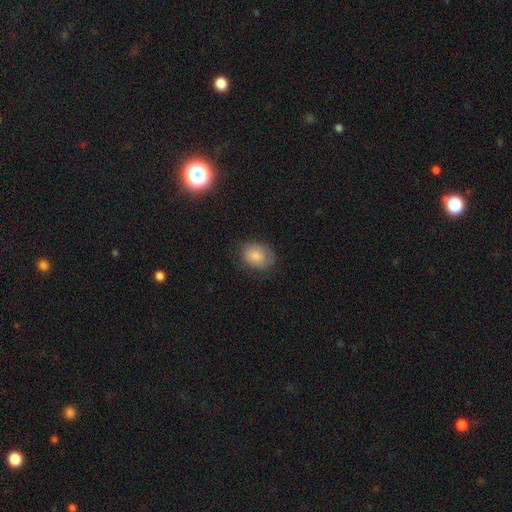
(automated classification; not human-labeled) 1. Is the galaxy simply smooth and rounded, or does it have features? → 82% smooth, 10% featured or disk, 7% star or artifact.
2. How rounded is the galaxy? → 62% in between, 37% round, 1% cigar-shaped.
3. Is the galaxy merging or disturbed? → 72% none, 21% minor disturbance, 6% major disturbance, 1% merger.